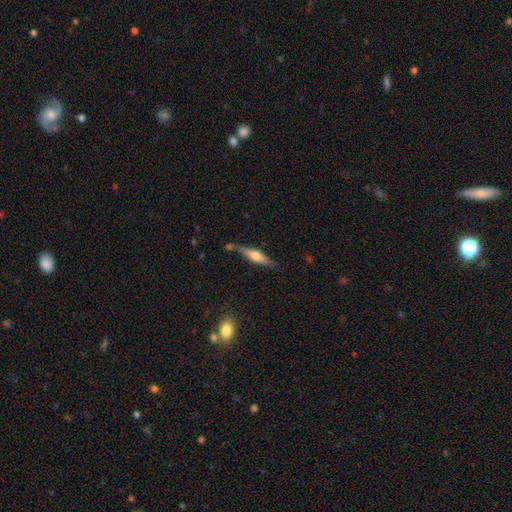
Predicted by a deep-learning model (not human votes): featured or disk 56%, smooth 38%, star or artifact 6%. Down the decision tree: edge-on disk — yes (95%); edge-on bulge — rounded (84%); merging — none (74%).